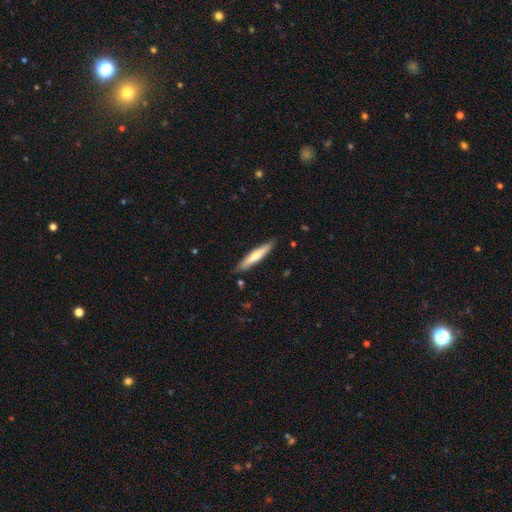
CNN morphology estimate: A smooth galaxy with no disk features (59%) that is cigar-shaped (90%).

Vote fractions:
- Smooth or featured? smooth: 59% / featured or disk: 36% / star or artifact: 5%
- How rounded? cigar-shaped: 90% / in between: 8% / round: 1%
- Merging? none: 86% / minor disturbance: 10% / major disturbance: 2% / merger: 1%